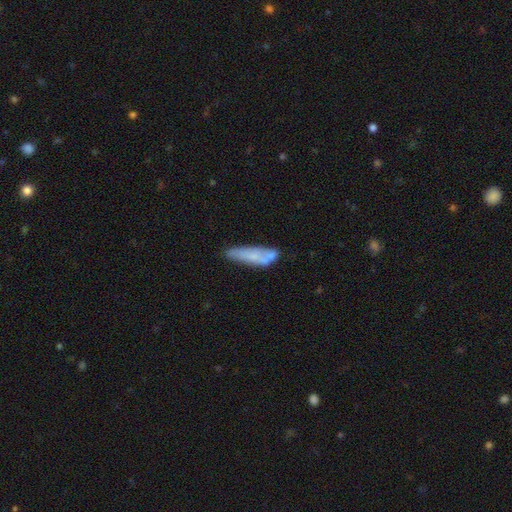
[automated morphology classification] This appears to be a smooth galaxy with no disk features (60%) that is cigar-shaped (71%). Merging: none (52%).